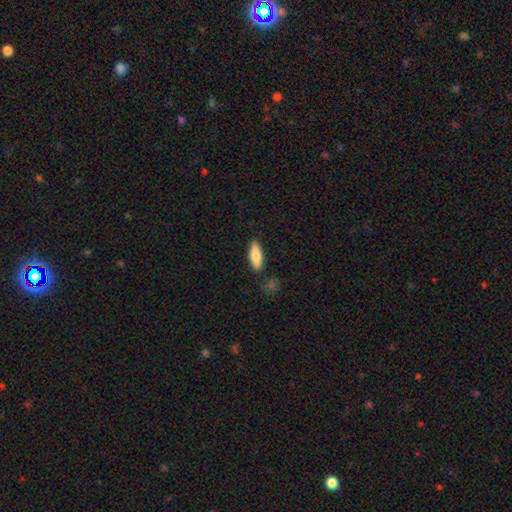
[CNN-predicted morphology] This is clearly a smooth galaxy (81%). How rounded: possibly in between (52%). Merging: clearly none (84%).